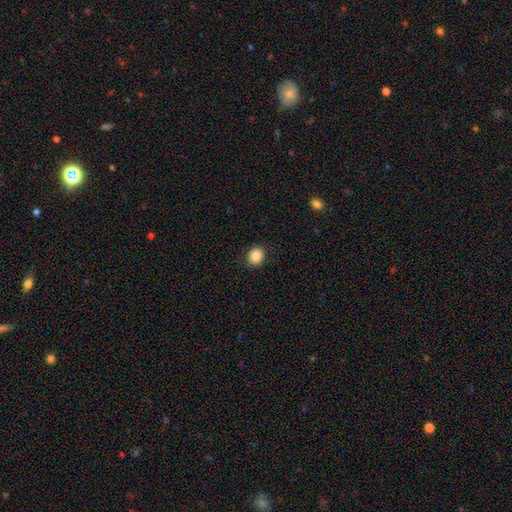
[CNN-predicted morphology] This appears to be a smooth galaxy with no disk features (86%) that is round (67%). Merging: none (89%).